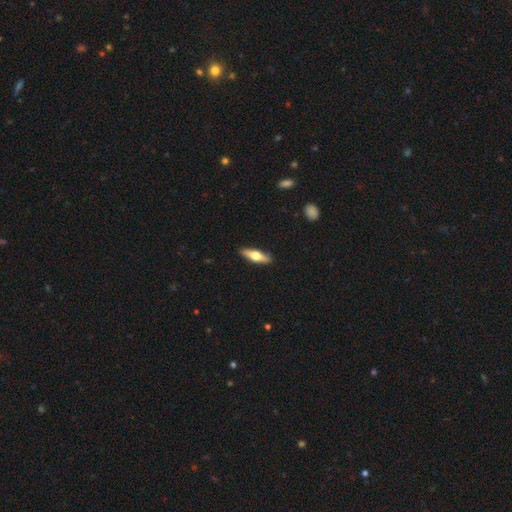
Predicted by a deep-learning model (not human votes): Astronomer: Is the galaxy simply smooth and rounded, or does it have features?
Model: smooth — 50% (runner-up: featured or disk, 44%).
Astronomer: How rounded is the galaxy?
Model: cigar-shaped — 58% (runner-up: in between, 39%).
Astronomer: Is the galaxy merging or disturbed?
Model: none — 89%.